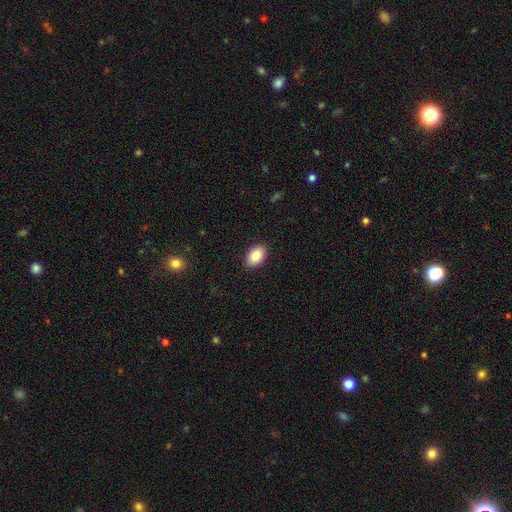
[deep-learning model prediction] Morphology: type=smooth (86%); roundness=in between (85%); merging=none (90%).